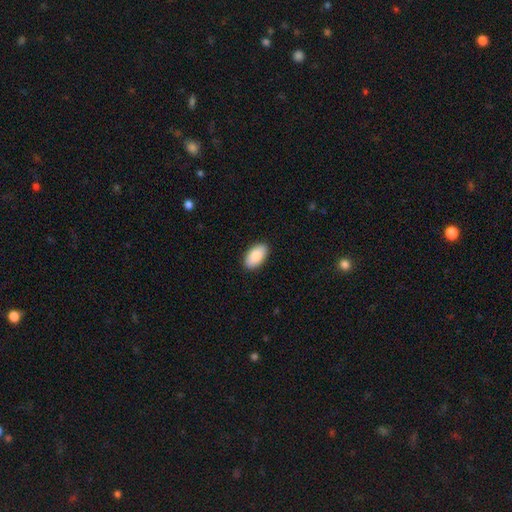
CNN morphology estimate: Q: Smooth or featured?
A: smooth (87%); runner-up: featured or disk (7%)
Q: How rounded?
A: in between (95%); runner-up: round (3%)
Q: Merging?
A: none (90%); runner-up: minor disturbance (7%)